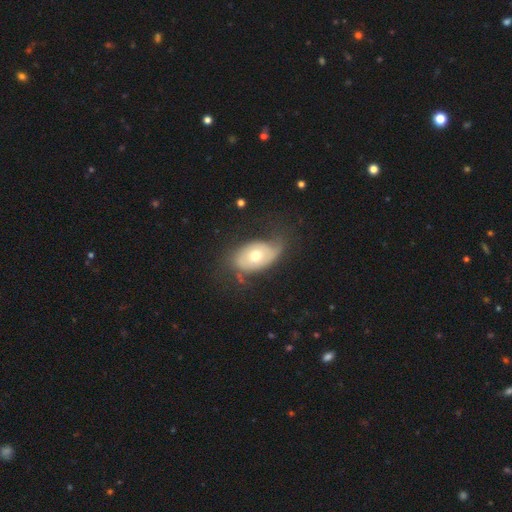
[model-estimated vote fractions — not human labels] Smooth or featured?
  - featured or disk: 49% *
  - smooth: 44%
  - star or artifact: 7%
Merging?
  - none: 44% *
  - minor disturbance: 33%
  - major disturbance: 21%
  - merger: 2%